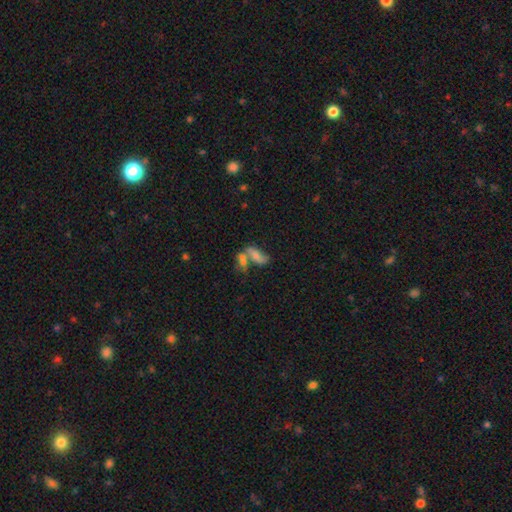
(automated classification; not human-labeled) smooth-or-featured: smooth: 48% | featured or disk: 39% | star or artifact: 13%
  merging: merger: 54% | none: 27% | minor disturbance: 11% | major disturbance: 8%